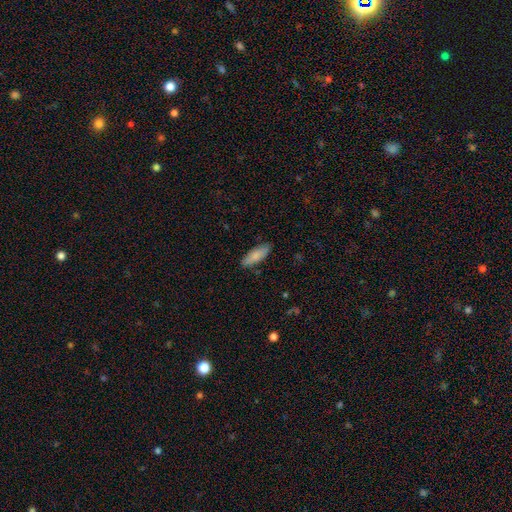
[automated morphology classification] type=smooth (84%); roundness=in between (65%); merging=none (85%).